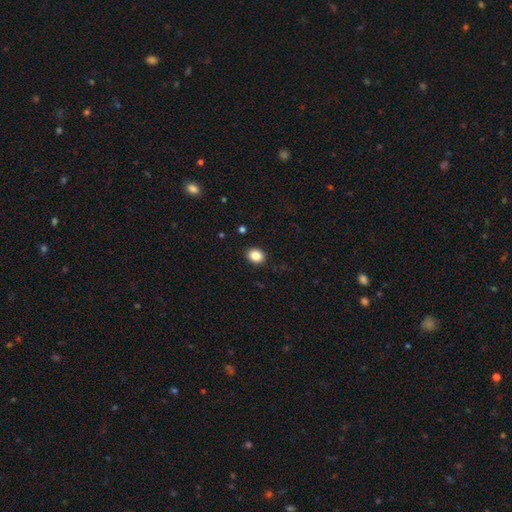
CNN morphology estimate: A smooth galaxy with no disk features (86%) that is round (53%).

Vote fractions:
- Smooth or featured? smooth: 86% / star or artifact: 10% / featured or disk: 5%
- How rounded? round: 53% / in between: 46% / cigar-shaped: 1%
- Merging? none: 90% / minor disturbance: 7% / major disturbance: 2% / merger: 1%